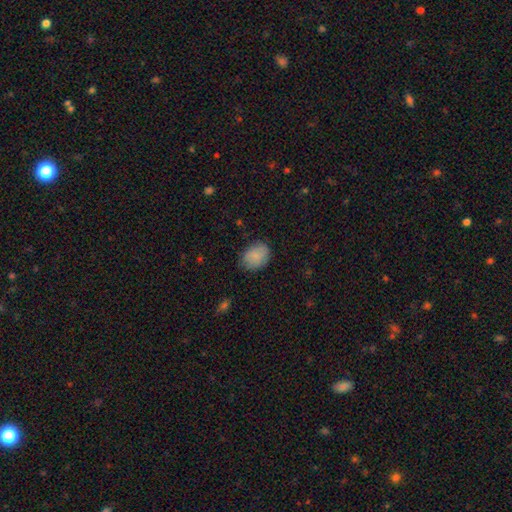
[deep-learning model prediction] The model was most divided on "how rounded": in between: 64%, round: 35%, cigar-shaped: 1%. More confident: smooth or featured — smooth (85%); merging — none (80%).